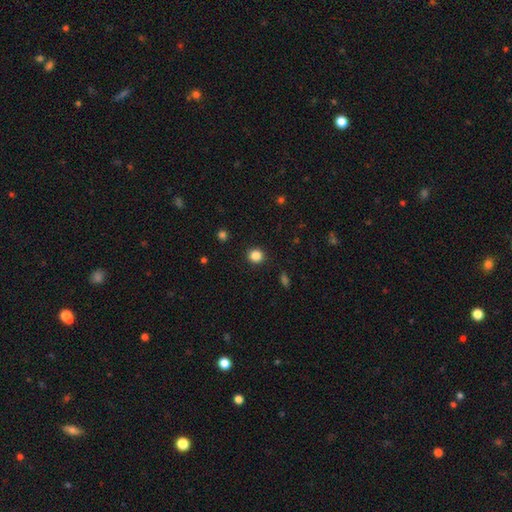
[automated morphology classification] This appears to be a smooth galaxy with no disk features (85%) that is round (89%). Merging: none (91%).